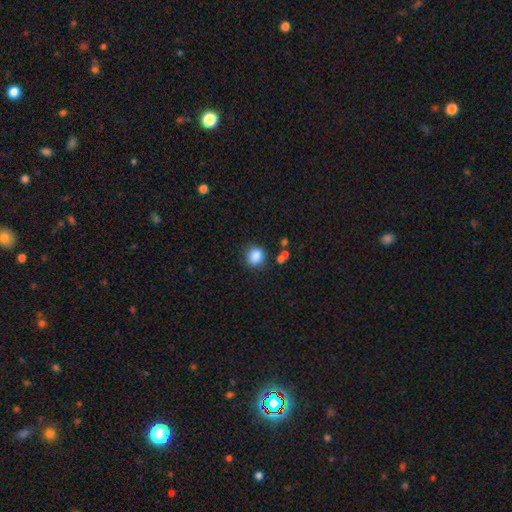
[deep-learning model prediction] A smooth galaxy with no disk features (86%) that is round (86%). Merging: none (82%).